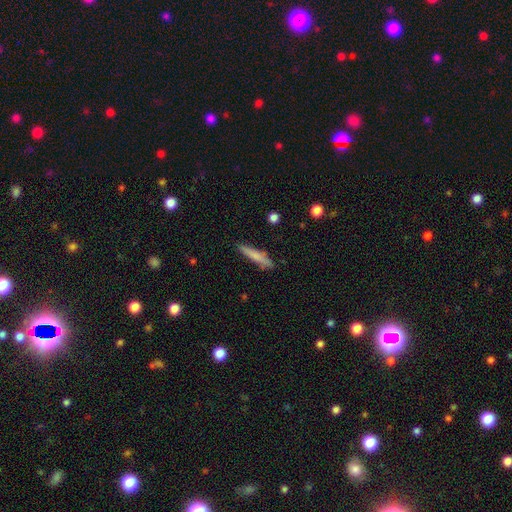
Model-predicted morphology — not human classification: A smooth galaxy with no disk features (72%) that is cigar-shaped (91%).

Vote fractions:
- Smooth or featured? smooth: 72% / featured or disk: 22% / star or artifact: 6%
- How rounded? cigar-shaped: 91% / in between: 8% / round: 1%
- Merging? none: 81% / minor disturbance: 14% / major disturbance: 3% / merger: 2%